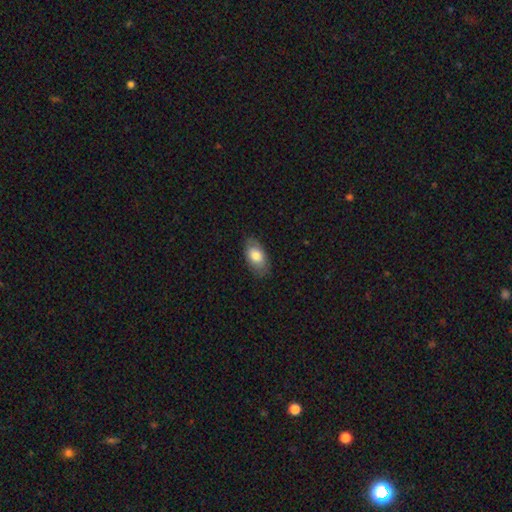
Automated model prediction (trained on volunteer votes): Smooth or featured? smooth (78%)
How rounded? in between (92%)
Merging? none (81%)